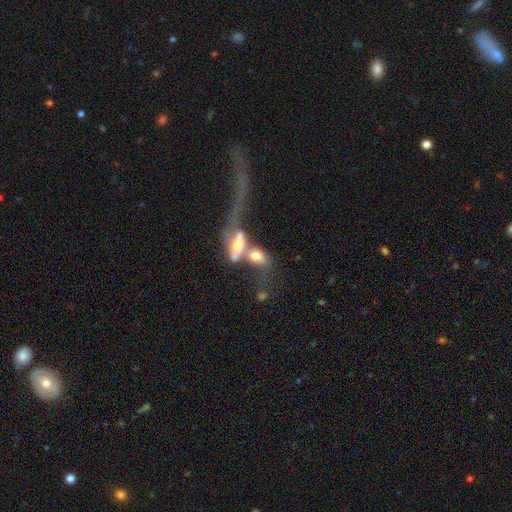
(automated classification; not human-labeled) smooth-or-featured: smooth: 52% | featured or disk: 37% | star or artifact: 11%
  how-rounded: in between: 79% | cigar-shaped: 12% | round: 9%
  merging: merger: 69% | major disturbance: 17% | none: 9% | minor disturbance: 5%